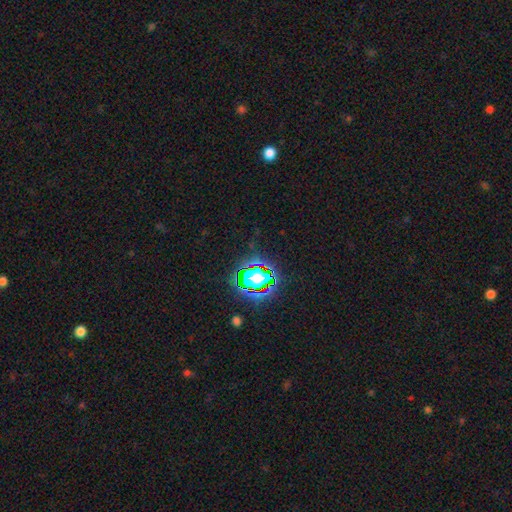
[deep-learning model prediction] A star or artifact, not a galaxy (79%).